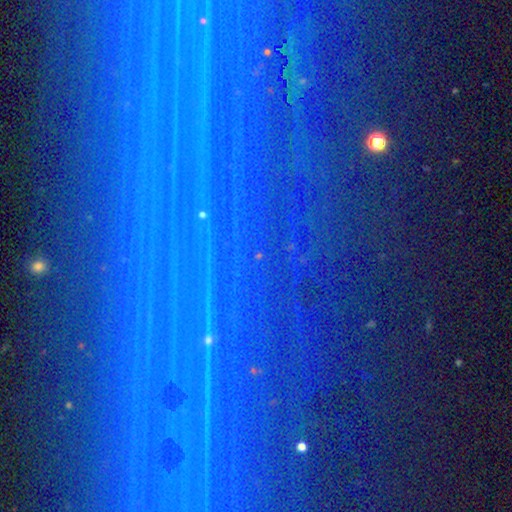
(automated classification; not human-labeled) Smooth or featured: star or artifact — 84% (featured or disk — 8%)